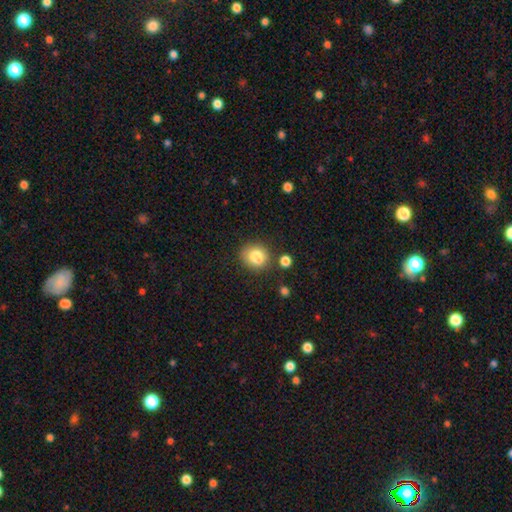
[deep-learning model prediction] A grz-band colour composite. It shows a smooth galaxy with no disk features (82%) that is round (65%). Merging: none (68%).